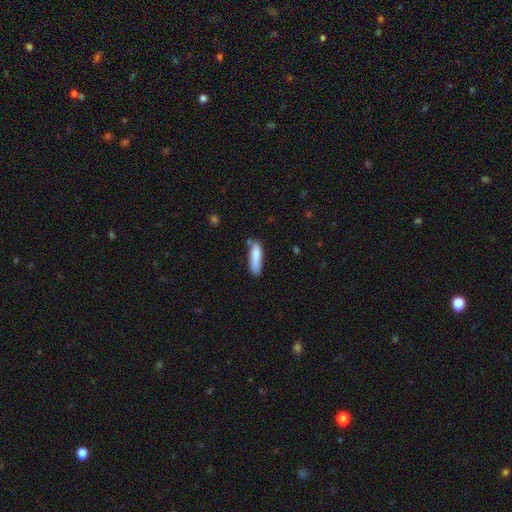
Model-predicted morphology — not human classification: Q: Smooth or featured?
A: smooth (82%); runner-up: featured or disk (12%)
Q: How rounded?
A: cigar-shaped (67%); runner-up: in between (31%)
Q: Merging?
A: none (63%); runner-up: minor disturbance (24%)